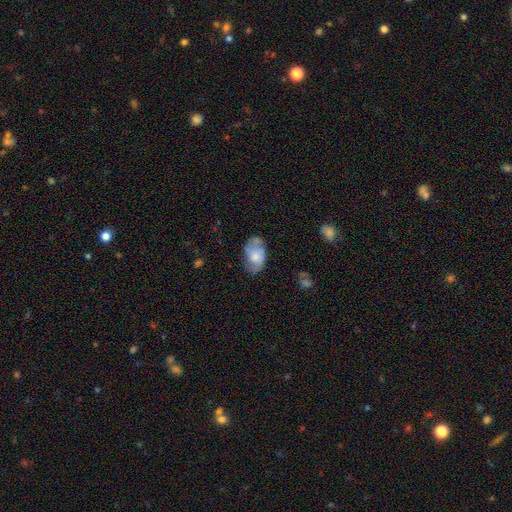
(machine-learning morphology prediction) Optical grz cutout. It shows a smooth galaxy with no disk features (59%) that is in between round and cigar-shaped (91%). Merging: none (56%).